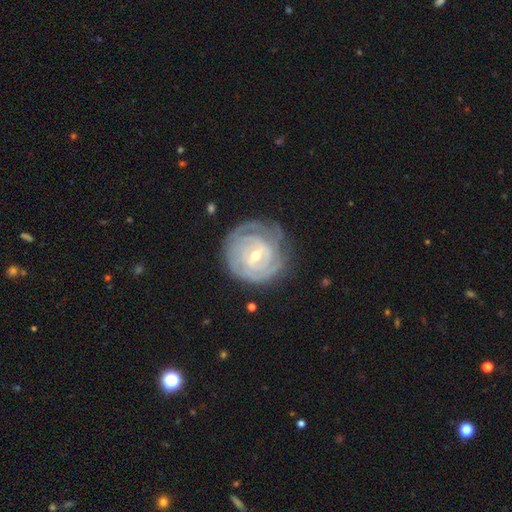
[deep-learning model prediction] Overall: featured or disk (86%). Edge-on disk: no (97%). Bar: weak (54%; strong 26%). Spiral arms: yes (95%). Spiral arm count: can't tell (38%; 2 21%). Spiral winding: tight (84%). Bulge size: moderate (55%; small 41%). Merging: none (73%).